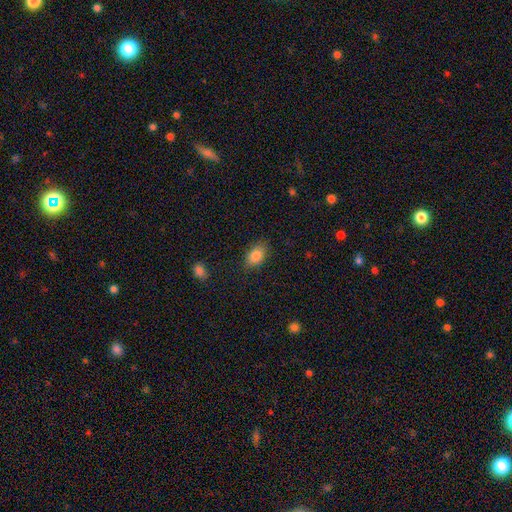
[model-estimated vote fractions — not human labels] Smooth or featured: smooth — 84% (star or artifact — 9%)
How rounded: in between — 84% (round — 14%)
Merging: none — 83% (minor disturbance — 13%)